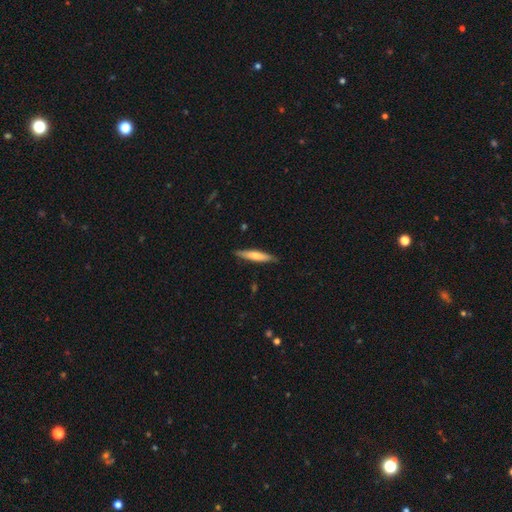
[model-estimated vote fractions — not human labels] Smooth or featured? Predicted: smooth (p=0.62). How rounded? Predicted: cigar-shaped (p=0.87). Merging? Predicted: none (p=0.87).